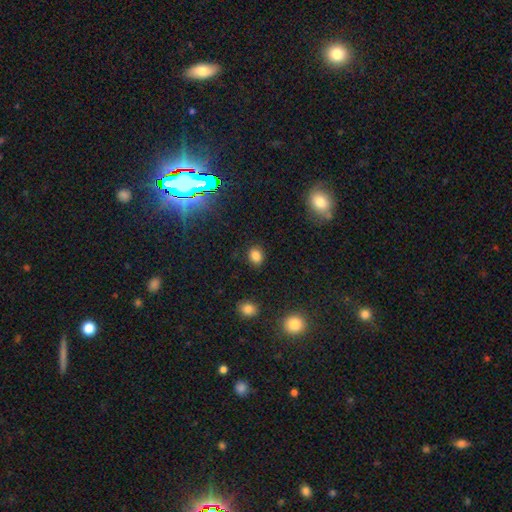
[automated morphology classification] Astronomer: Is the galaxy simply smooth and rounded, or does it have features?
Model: smooth — 83%.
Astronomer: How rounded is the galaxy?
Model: in between — 53% (runner-up: round, 46%).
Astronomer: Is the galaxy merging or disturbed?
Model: none — 86%.